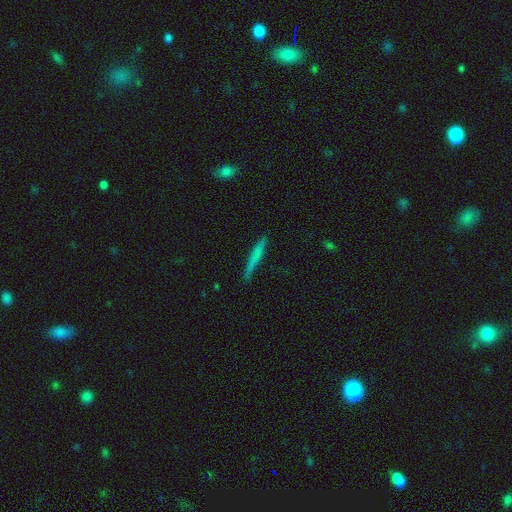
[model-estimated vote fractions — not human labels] A smooth galaxy with no disk features (62%) that is cigar-shaped (95%). Merging: none (79%).